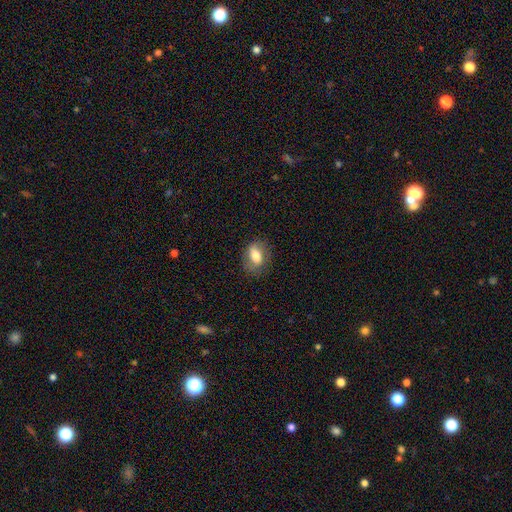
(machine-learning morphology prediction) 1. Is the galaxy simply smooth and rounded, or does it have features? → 59% smooth, 33% featured or disk, 8% star or artifact.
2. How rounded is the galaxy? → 77% in between, 20% round, 3% cigar-shaped.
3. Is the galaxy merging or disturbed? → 75% none, 17% minor disturbance, 7% major disturbance, 1% merger.